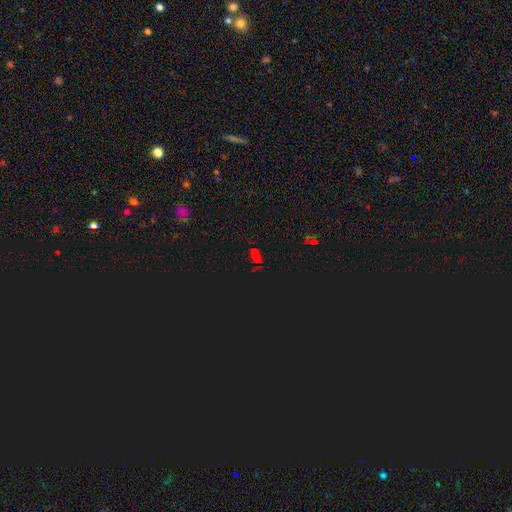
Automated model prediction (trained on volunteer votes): Morphology: type=star or artifact (56%).